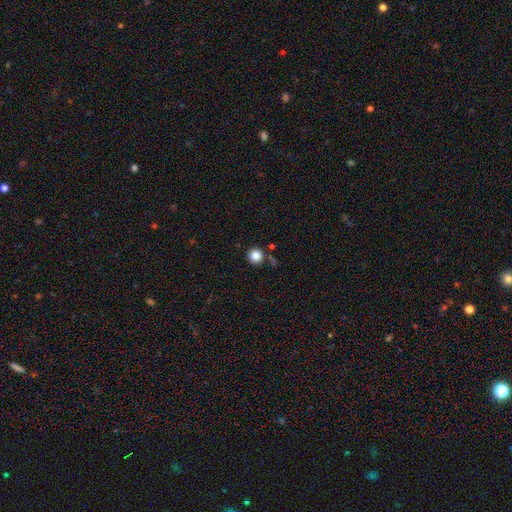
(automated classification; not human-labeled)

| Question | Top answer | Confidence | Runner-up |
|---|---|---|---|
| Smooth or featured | smooth | 85% | star or artifact (11%) |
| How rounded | round | 95% | in between (4%) |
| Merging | none | 84% | minor disturbance (8%) |